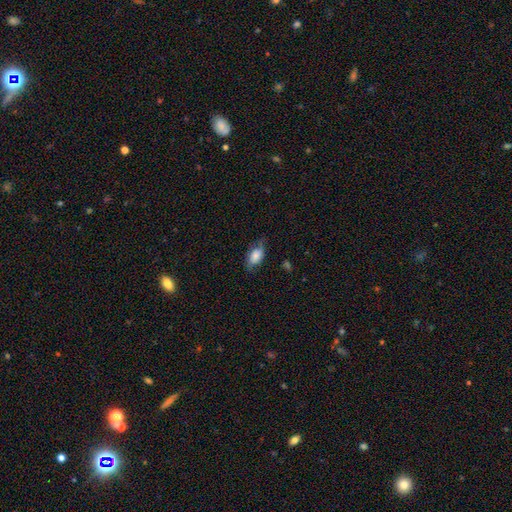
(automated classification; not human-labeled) Overall: smooth (72%). How rounded: in between (89%). Merging: none (60%; minor disturbance 28%).